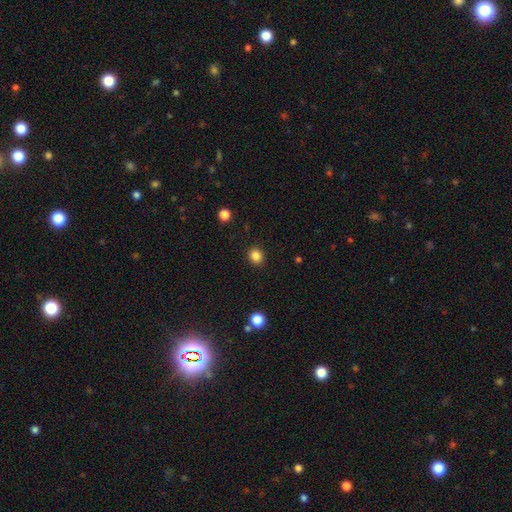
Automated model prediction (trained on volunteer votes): Smooth or featured?
  - smooth: 85% *
  - star or artifact: 11%
  - featured or disk: 4%
How rounded?
  - round: 78% *
  - in between: 21%
  - cigar-shaped: 1%
Merging?
  - none: 90% *
  - minor disturbance: 7%
  - major disturbance: 2%
  - merger: 1%